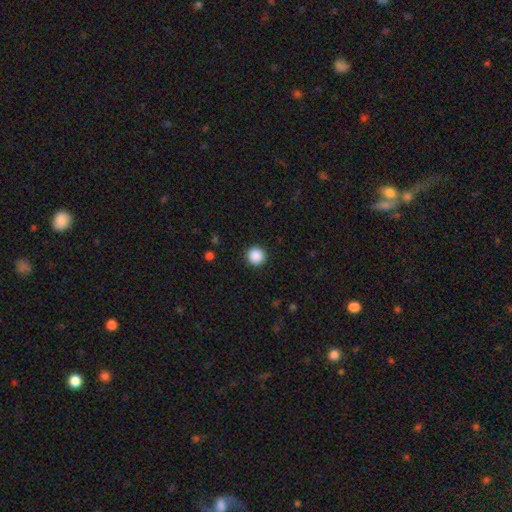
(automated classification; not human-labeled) Q: Smooth or featured?
A: smooth (89%); runner-up: star or artifact (9%)
Q: How rounded?
A: round (96%); runner-up: in between (3%)
Q: Merging?
A: none (93%); runner-up: minor disturbance (5%)